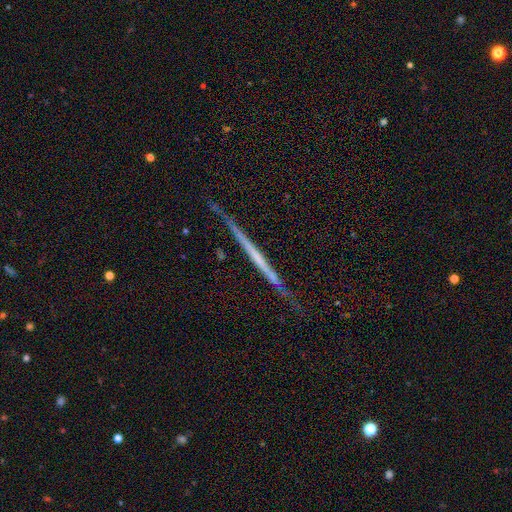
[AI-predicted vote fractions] Smooth or featured?
  - featured or disk: 68% *
  - smooth: 25%
  - star or artifact: 7%
Edge-on disk?
  - yes: 97% *
  - no: 3%
Edge-on bulge?
  - none: 85% *
  - rounded: 8%
  - boxy: 6%
Merging?
  - none: 81% *
  - minor disturbance: 14%
  - major disturbance: 3%
  - merger: 2%